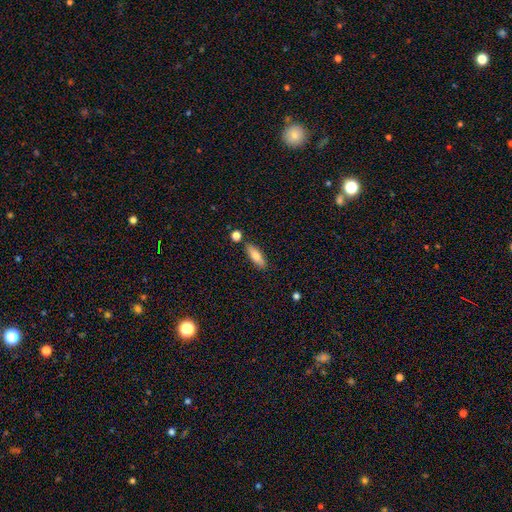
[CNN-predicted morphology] smooth-or-featured: smooth: 76% | featured or disk: 18% | star or artifact: 7%
  how-rounded: in between: 57% | cigar-shaped: 40% | round: 3%
  merging: none: 81% | minor disturbance: 11% | merger: 6% | major disturbance: 2%